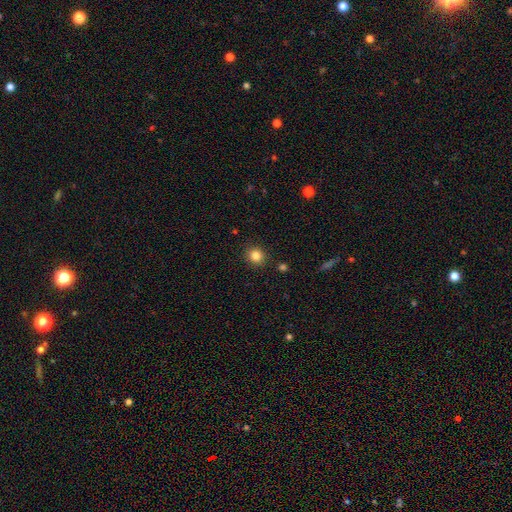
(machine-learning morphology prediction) Q: Smooth or featured?
A: smooth (83%); runner-up: star or artifact (12%)
Q: How rounded?
A: round (84%); runner-up: in between (15%)
Q: Merging?
A: none (90%); runner-up: minor disturbance (6%)